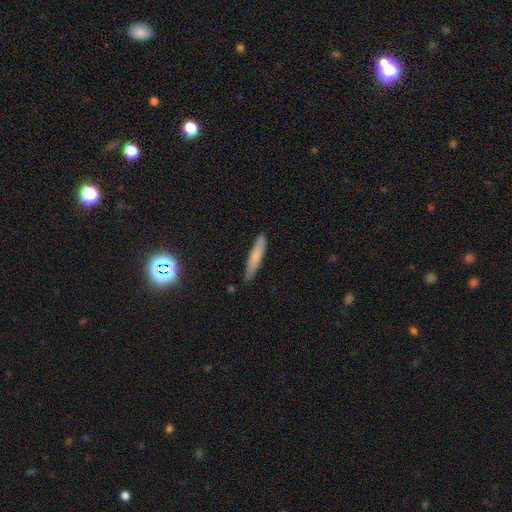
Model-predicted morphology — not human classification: Smooth or featured? smooth (73%)
How rounded? cigar-shaped (90%)
Merging? none (84%)